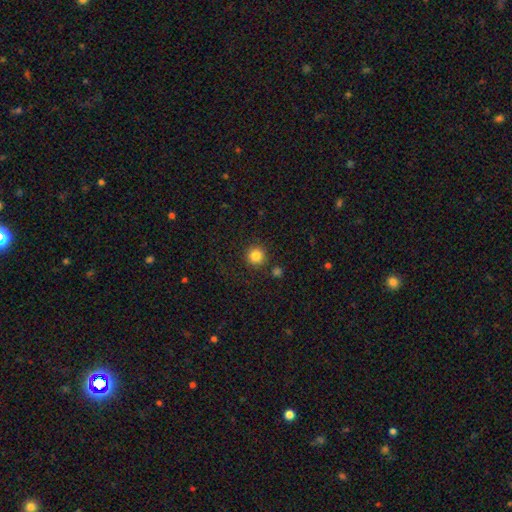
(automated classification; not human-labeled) This appears to be a smooth galaxy with no disk features (84%) that is round (95%). Merging: none (88%).